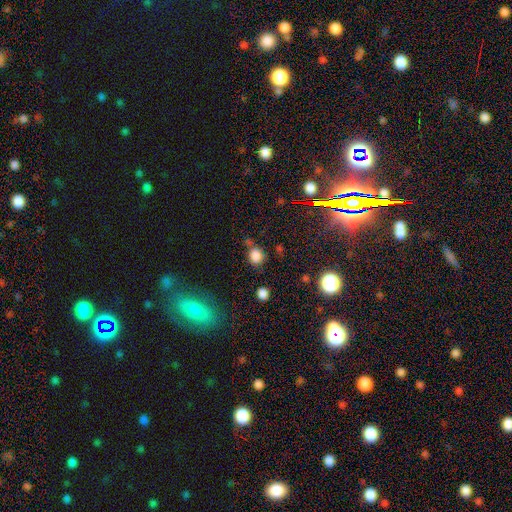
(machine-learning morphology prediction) Smooth or featured: smooth — 80% (star or artifact — 15%)
How rounded: round — 67% (in between — 32%)
Merging: none — 64% (minor disturbance — 20%)